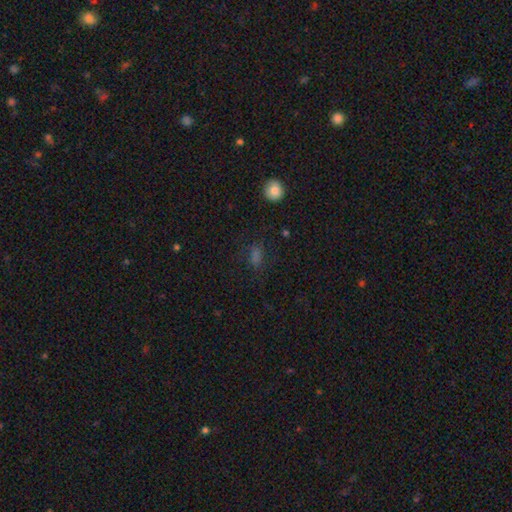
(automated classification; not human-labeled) A smooth galaxy with no disk features (61%) that is in between round and cigar-shaped (68%). Merging: none (70%).